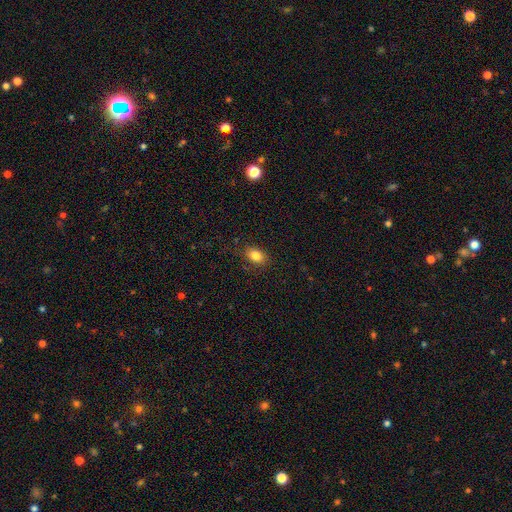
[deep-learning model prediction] Smooth or featured? smooth (83%)
How rounded? in between (81%)
Merging? none (83%)